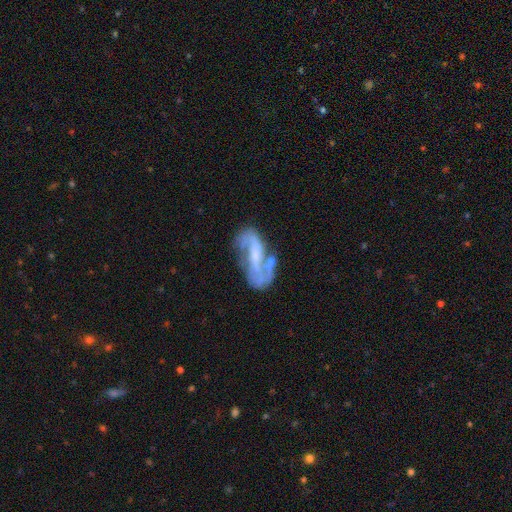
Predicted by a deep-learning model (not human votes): featured or disk 77%, smooth 16%, star or artifact 8%. Down the decision tree: edge-on disk — no (93%); bar — weak (38%); spiral arms — yes (83%); spiral arm count — 2 (79%); spiral winding — loose (44%); bulge size — small (36%); merging — none (44%).